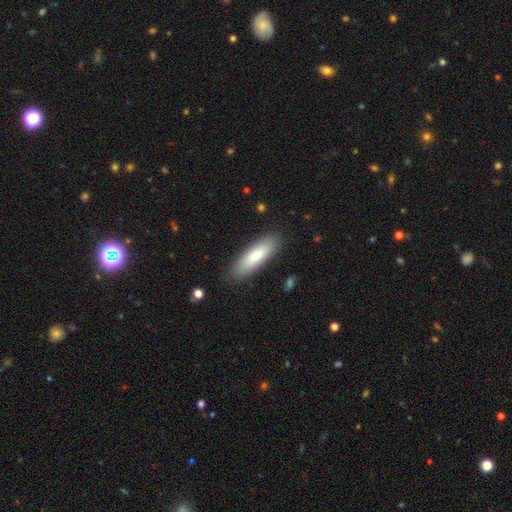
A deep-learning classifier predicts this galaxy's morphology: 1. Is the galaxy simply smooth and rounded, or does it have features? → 81% smooth, 13% featured or disk, 6% star or artifact.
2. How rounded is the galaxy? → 50% in between, 49% cigar-shaped, 2% round.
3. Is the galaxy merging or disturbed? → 87% none, 10% minor disturbance, 2% major disturbance, 1% merger.